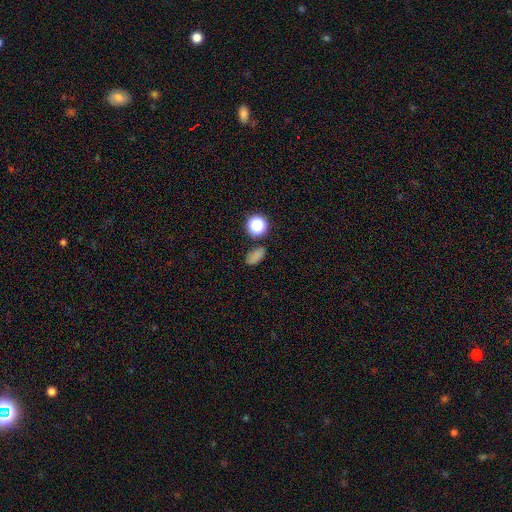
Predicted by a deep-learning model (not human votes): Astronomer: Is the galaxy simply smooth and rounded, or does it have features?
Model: smooth — 74%.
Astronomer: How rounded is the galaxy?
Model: in between — 82%.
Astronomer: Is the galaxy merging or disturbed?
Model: none — 78%.